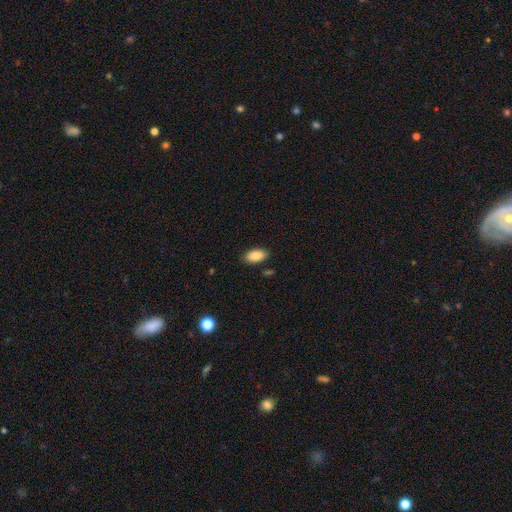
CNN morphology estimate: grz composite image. It shows a smooth galaxy with no disk features (89%) that is in between round and cigar-shaped (93%). Merging: none (87%).